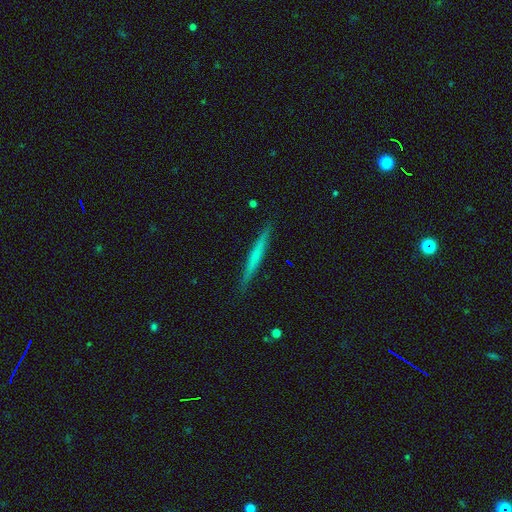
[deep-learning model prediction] smooth_or_featured: featured or disk (p=0.48) [alt: smooth p=0.46]
merging: none (p=0.91) [alt: minor disturbance p=0.06]